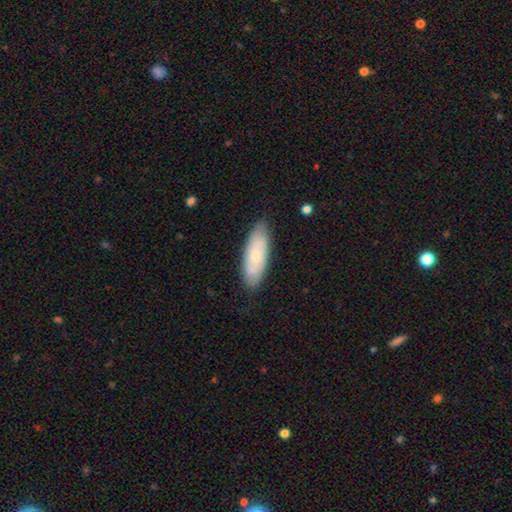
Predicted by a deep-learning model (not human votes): Smooth or featured? smooth (62%)
How rounded? in between (65%)
Merging? none (81%)